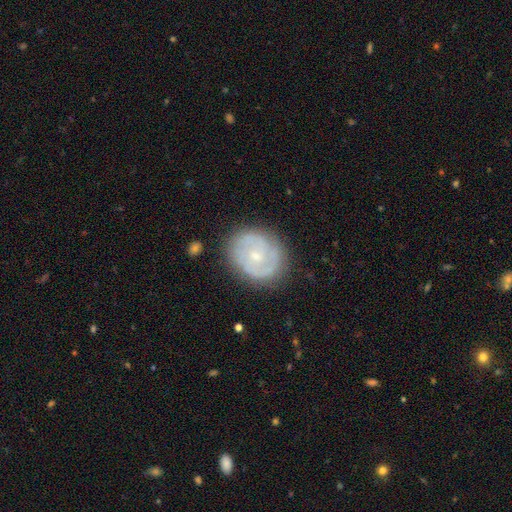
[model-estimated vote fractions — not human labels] Q: Smooth or featured?
A: featured or disk (75%); runner-up: smooth (19%)
Q: Edge-on disk?
A: no (97%); runner-up: yes (3%)
Q: Bar?
A: no (70%); runner-up: weak (25%)
Q: Spiral arms?
A: yes (84%); runner-up: no (16%)
Q: Spiral winding?
A: tight (59%); runner-up: medium (31%)
Q: Spiral arm count?
A: 2 (61%); runner-up: can't tell (21%)
Q: Bulge size?
A: small (62%); runner-up: moderate (34%)
Q: Merging?
A: none (81%); runner-up: minor disturbance (13%)